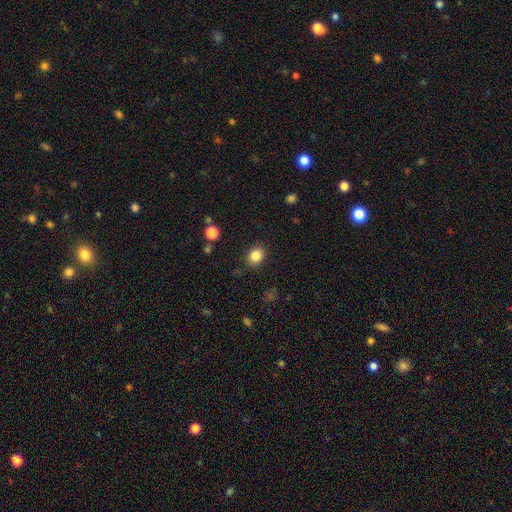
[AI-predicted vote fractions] The model was most divided on "how rounded": round: 56%, in between: 43%, cigar-shaped: 1%. More confident: merging — none (86%); smooth or featured — smooth (84%).